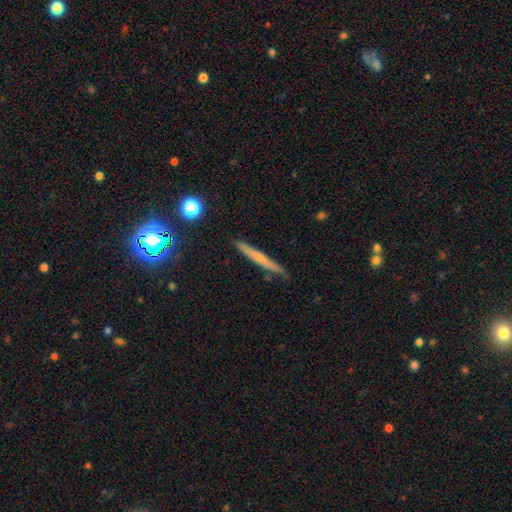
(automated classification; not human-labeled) The model was most divided on "smooth or featured": featured or disk: 49%, smooth: 37%, star or artifact: 14%. More confident: merging — none (89%).